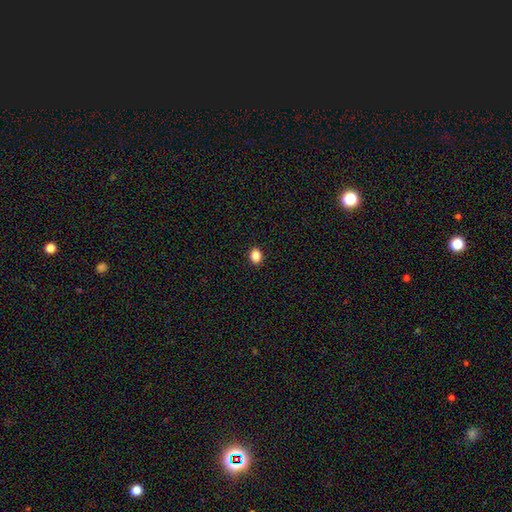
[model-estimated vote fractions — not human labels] smooth-or-featured: smooth: 85% | star or artifact: 11% | featured or disk: 4%
  how-rounded: round: 52% | in between: 48% | cigar-shaped: 1%
  merging: none: 92% | minor disturbance: 5% | major disturbance: 2% | merger: 1%